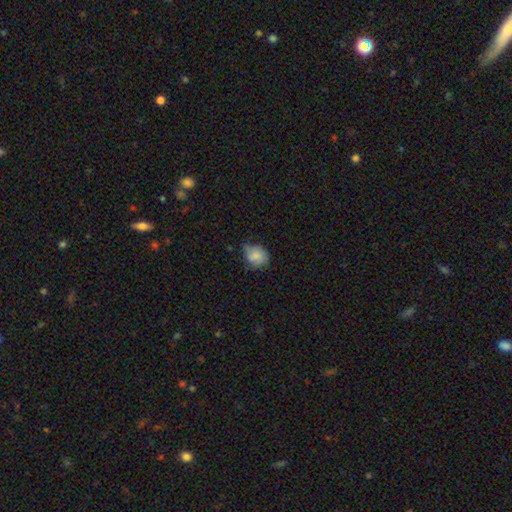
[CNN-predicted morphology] This is likely a smooth galaxy (77%). How rounded: likely round (63%). Merging: possibly none (47%).